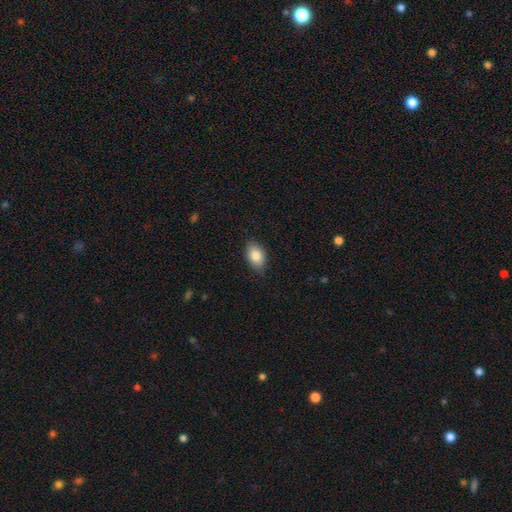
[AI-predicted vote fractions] smooth-or-featured: smooth: 85% | featured or disk: 8% | star or artifact: 7%
  how-rounded: in between: 90% | round: 8% | cigar-shaped: 2%
  merging: none: 83% | minor disturbance: 14% | major disturbance: 2% | merger: 1%